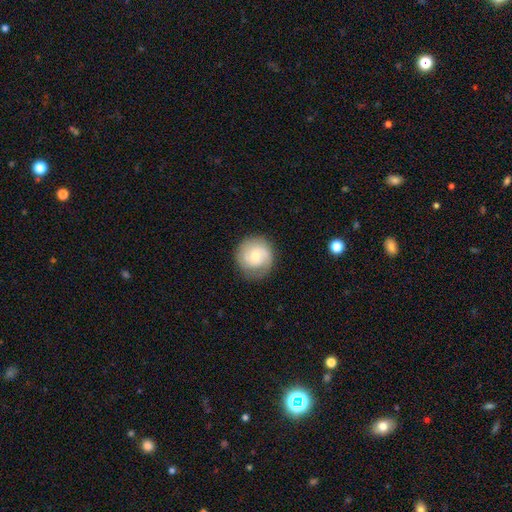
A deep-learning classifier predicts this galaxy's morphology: Smooth or featured? Predicted: featured or disk (p=0.56). Edge-on disk? Predicted: no (p=0.98). Bar? Predicted: no (p=0.54). Spiral arms? Predicted: yes (p=0.87). Bulge size? Predicted: small (p=0.47). Merging? Predicted: none (p=0.81).